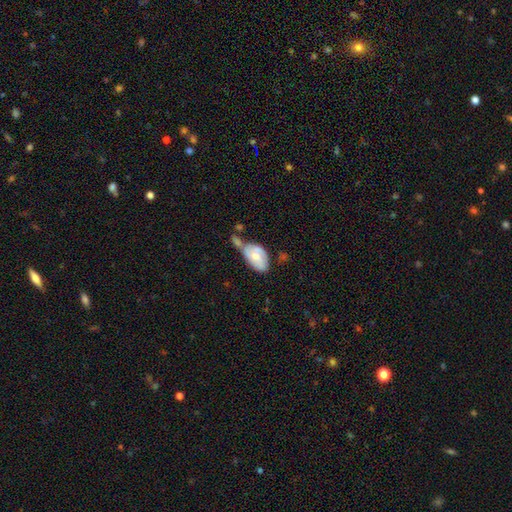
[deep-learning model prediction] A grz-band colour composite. It shows a smooth galaxy with no disk features (56%) that is in between round and cigar-shaped (92%). Merging: merger (36%).